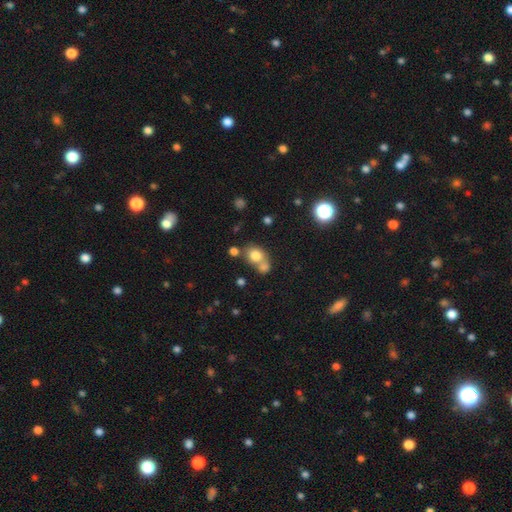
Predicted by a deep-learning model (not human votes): A smooth galaxy with no disk features (76%) that is round (64%).

Vote fractions:
- Smooth or featured? smooth: 76% / featured or disk: 12% / star or artifact: 12%
- How rounded? round: 64% / in between: 35% / cigar-shaped: 1%
- Merging? merger: 46% / none: 40% / minor disturbance: 10% / major disturbance: 5%